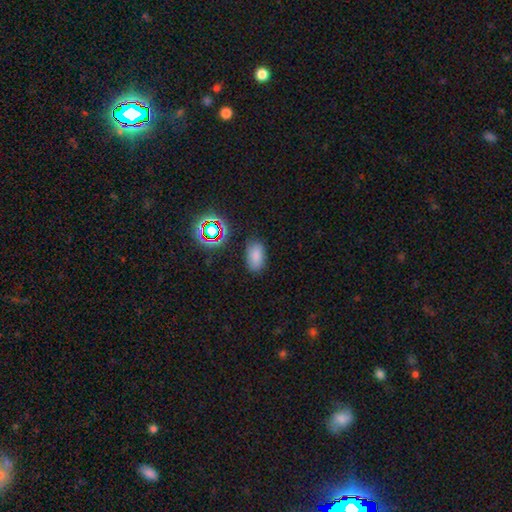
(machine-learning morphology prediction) The model was most divided on "smooth or featured": smooth: 77%, star or artifact: 15%, featured or disk: 8%. More confident: how rounded — in between (91%); merging — none (80%).